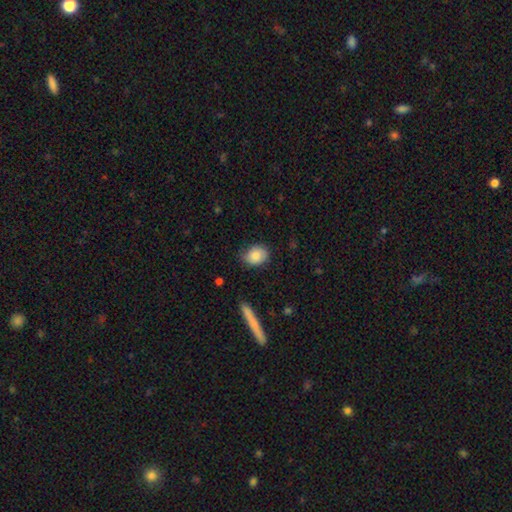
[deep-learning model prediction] A smooth galaxy with no disk features (82%) that is in between round and cigar-shaped (53%).

Vote fractions:
- Smooth or featured? smooth: 82% / featured or disk: 11% / star or artifact: 7%
- How rounded? in between: 53% / round: 46% / cigar-shaped: 1%
- Merging? none: 71% / minor disturbance: 23% / major disturbance: 5% / merger: 2%